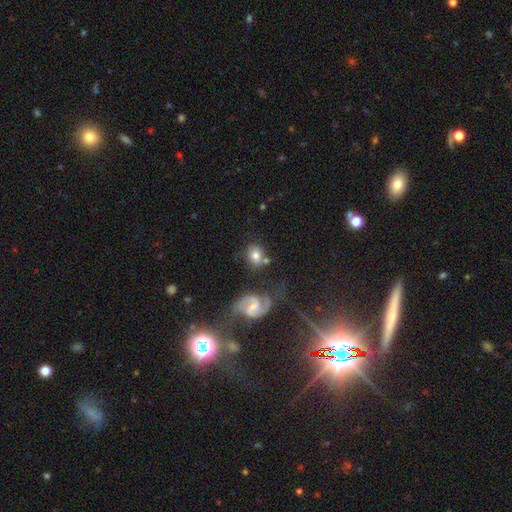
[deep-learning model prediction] Smooth or featured?
  - smooth: 62% *
  - featured or disk: 29%
  - star or artifact: 9%
How rounded?
  - round: 59% *
  - in between: 39%
  - cigar-shaped: 2%
Merging?
  - none: 58% *
  - merger: 18%
  - minor disturbance: 17%
  - major disturbance: 7%